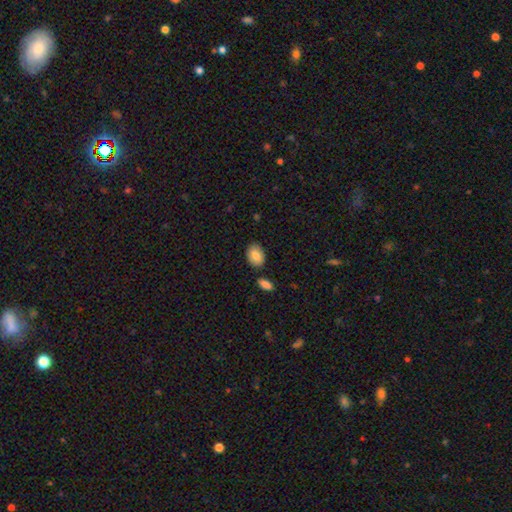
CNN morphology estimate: A smooth galaxy with no disk features (84%) that is in between round and cigar-shaped (83%). Merging: none (82%).